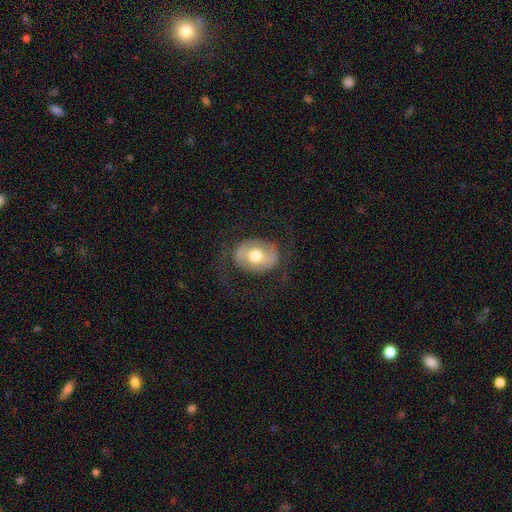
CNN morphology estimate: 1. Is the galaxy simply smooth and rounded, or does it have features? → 54% featured or disk, 40% smooth, 7% star or artifact.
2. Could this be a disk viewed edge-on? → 95% no, 5% yes.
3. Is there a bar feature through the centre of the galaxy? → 48% no, 33% weak, 19% strong.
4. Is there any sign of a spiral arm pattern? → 51% yes, 49% no.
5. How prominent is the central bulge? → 69% moderate, 22% large, 6% small, 2% dominant, 1% none.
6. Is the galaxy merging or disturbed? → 68% none, 15% minor disturbance, 15% major disturbance, 1% merger.